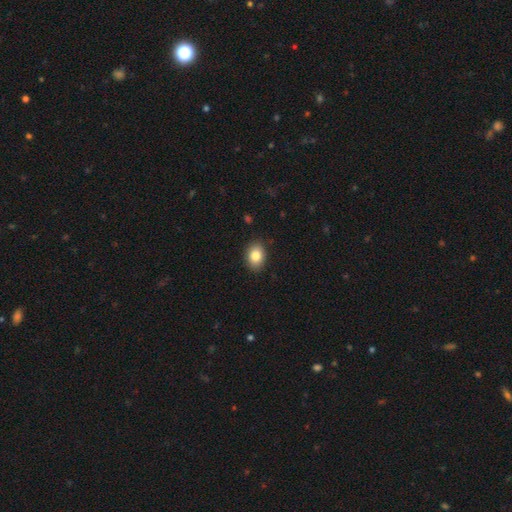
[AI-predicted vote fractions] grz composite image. It shows a smooth galaxy with no disk features (84%) that is in between round and cigar-shaped (72%). Merging: none (89%).